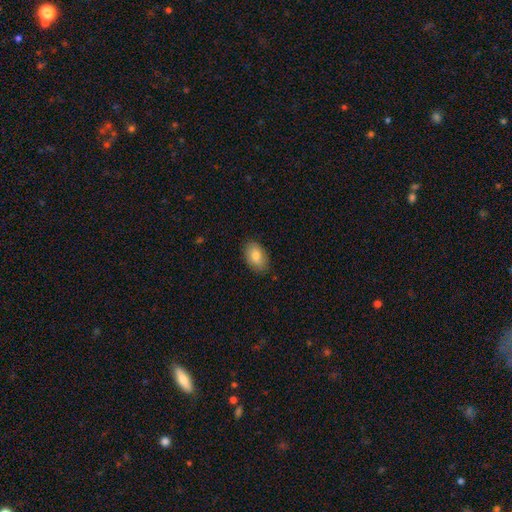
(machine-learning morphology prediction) type=smooth (80%); roundness=in between (91%); merging=none (84%).